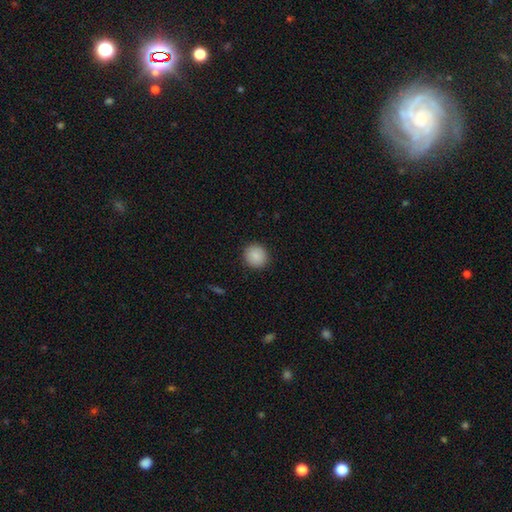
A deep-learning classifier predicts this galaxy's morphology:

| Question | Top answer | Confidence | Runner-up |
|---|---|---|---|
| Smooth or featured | smooth | 88% | star or artifact (7%) |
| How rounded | round | 89% | in between (10%) |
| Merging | none | 91% | minor disturbance (6%) |